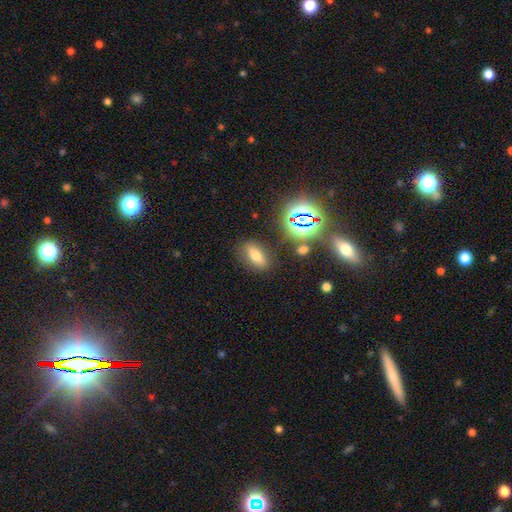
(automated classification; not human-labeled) This is possibly a smooth galaxy (59%). How rounded: likely in between (79%). Merging: clearly none (82%).